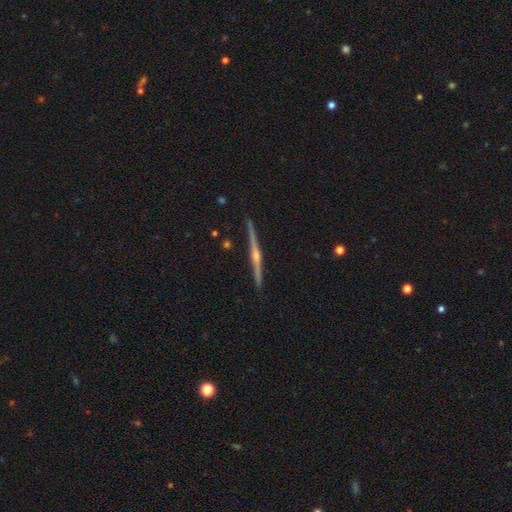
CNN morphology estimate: Smooth or featured? featured or disk (87%)
Edge-on disk? yes (99%)
Edge-on bulge? rounded (91%)
Merging? none (93%)